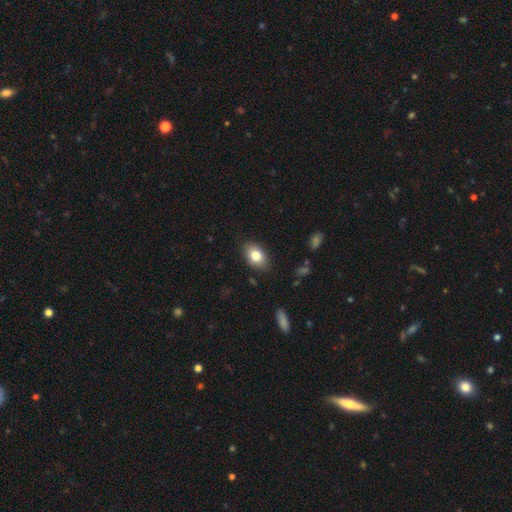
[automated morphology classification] A smooth galaxy with no disk features (79%) that is in between round and cigar-shaped (86%).

Vote fractions:
- Smooth or featured? smooth: 79% / featured or disk: 13% / star or artifact: 8%
- How rounded? in between: 86% / round: 13% / cigar-shaped: 1%
- Merging? none: 86% / minor disturbance: 11% / major disturbance: 2% / merger: 1%